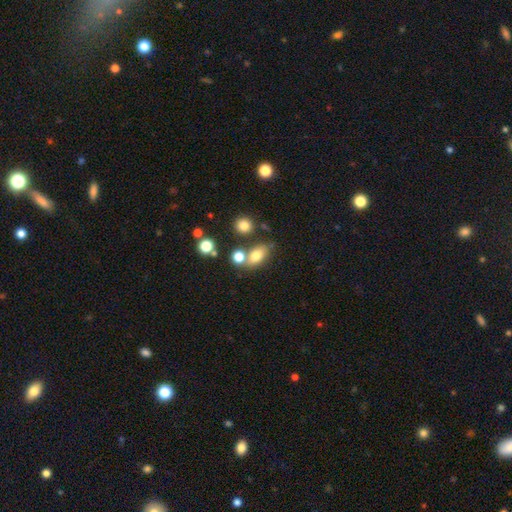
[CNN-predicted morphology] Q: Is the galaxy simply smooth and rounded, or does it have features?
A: smooth — 75%.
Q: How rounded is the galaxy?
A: in between — 76%.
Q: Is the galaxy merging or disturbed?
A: none — 60%.